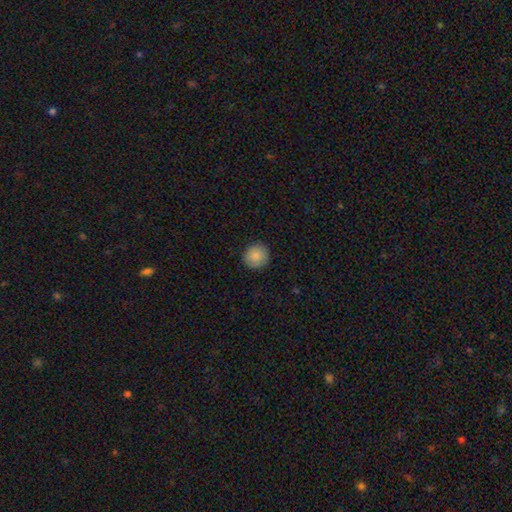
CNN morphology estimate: Smooth or featured?
  - smooth: 87% *
  - star or artifact: 8%
  - featured or disk: 5%
How rounded?
  - round: 92% *
  - in between: 7%
  - cigar-shaped: 1%
Merging?
  - none: 88% *
  - minor disturbance: 9%
  - major disturbance: 2%
  - merger: 1%